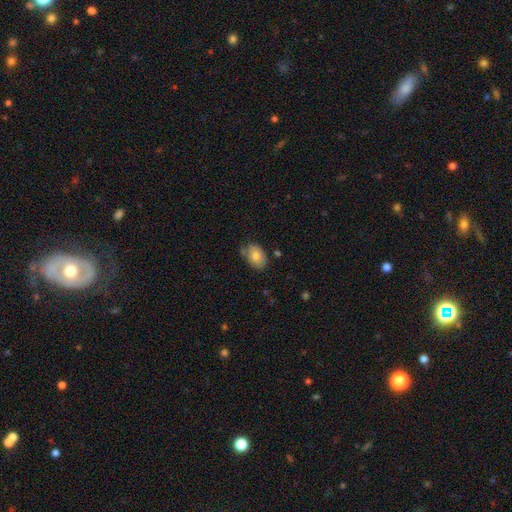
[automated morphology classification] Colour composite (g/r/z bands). It shows a smooth galaxy with no disk features (78%) that is in between round and cigar-shaped (83%). Merging: none (67%).